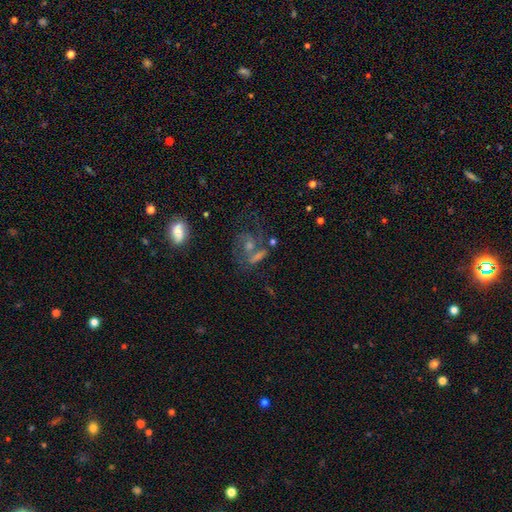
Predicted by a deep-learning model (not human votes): This appears to be a featured or disk galaxy (64%) with no bar (49%), spiral arms (77%) and a small central bulge (46%). Merging: none (45%).